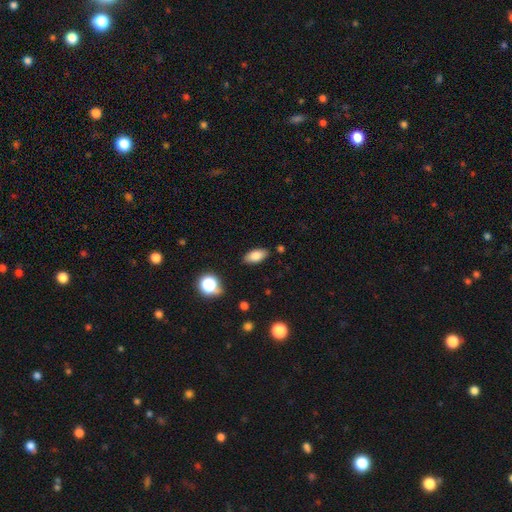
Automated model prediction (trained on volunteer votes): This is clearly a smooth galaxy (81%). How rounded: clearly in between (88%). Merging: clearly none (86%).